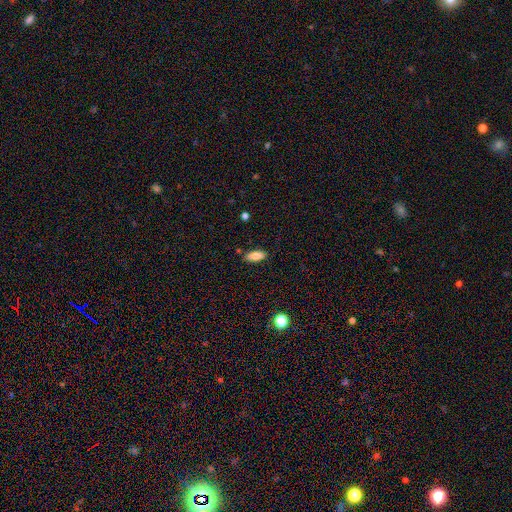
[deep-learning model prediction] Smooth or featured?
  - smooth: 83% *
  - featured or disk: 9%
  - star or artifact: 8%
How rounded?
  - in between: 81% *
  - cigar-shaped: 17%
  - round: 2%
Merging?
  - none: 83% *
  - minor disturbance: 13%
  - merger: 2%
  - major disturbance: 2%